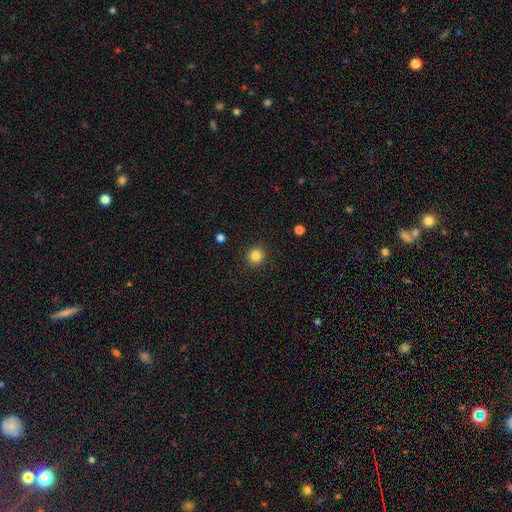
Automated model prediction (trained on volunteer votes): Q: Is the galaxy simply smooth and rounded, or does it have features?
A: smooth — 84%.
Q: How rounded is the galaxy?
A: round — 91%.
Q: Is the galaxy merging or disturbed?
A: none — 91%.